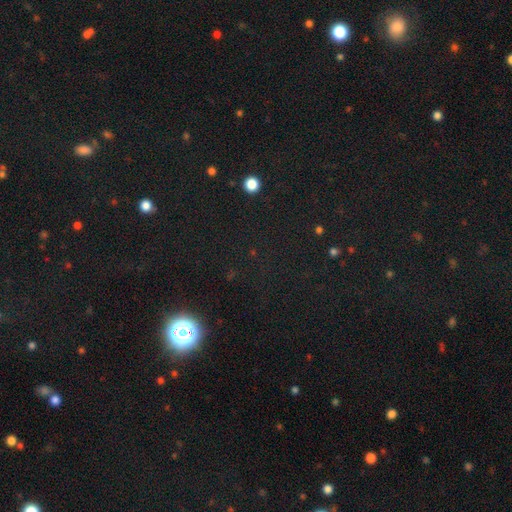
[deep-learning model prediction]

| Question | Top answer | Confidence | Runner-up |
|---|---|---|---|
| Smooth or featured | star or artifact | 75% | smooth (18%) |